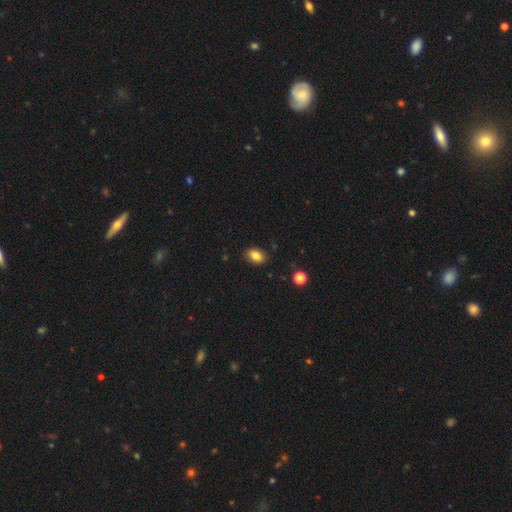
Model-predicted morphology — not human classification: Smooth or featured? smooth (84%)
How rounded? in between (79%)
Merging? none (87%)